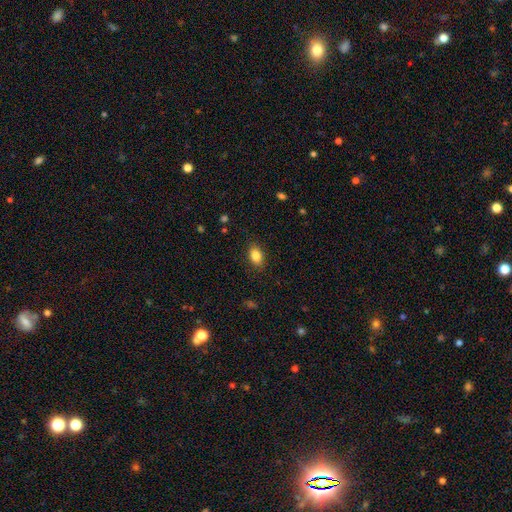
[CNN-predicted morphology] This is clearly a smooth galaxy (85%). How rounded: clearly in between (85%). Merging: clearly none (86%).